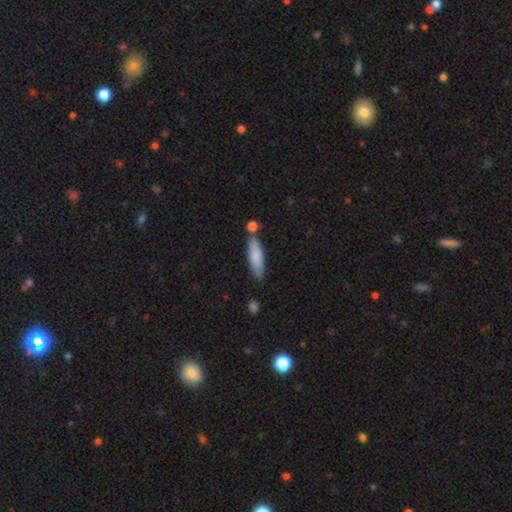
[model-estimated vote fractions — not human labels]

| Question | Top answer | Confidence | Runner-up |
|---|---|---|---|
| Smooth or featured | smooth | 80% | featured or disk (14%) |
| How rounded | cigar-shaped | 59% | in between (39%) |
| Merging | none | 69% | minor disturbance (16%) |